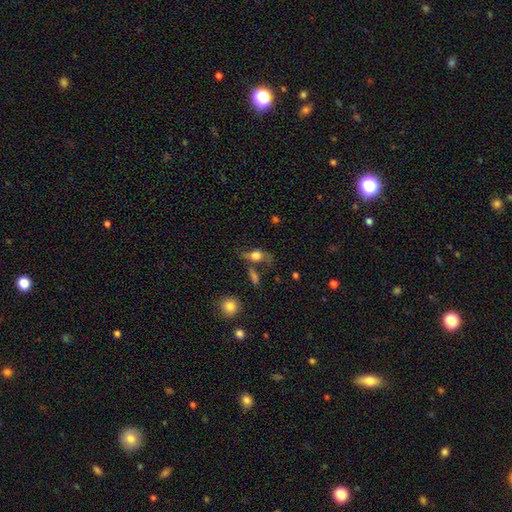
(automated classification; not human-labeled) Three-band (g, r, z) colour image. It shows a smooth galaxy with no disk features (54%) that is in between round and cigar-shaped (61%). Merging: none (42%).